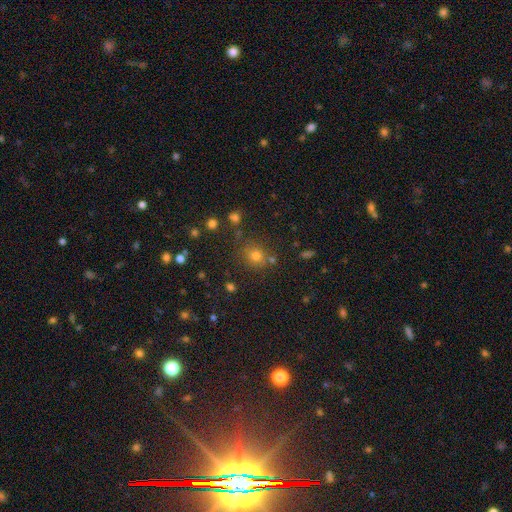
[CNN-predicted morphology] smooth 70%, star or artifact 22%, featured or disk 8%. Down the decision tree: how rounded — round (83%); merging — none (75%).